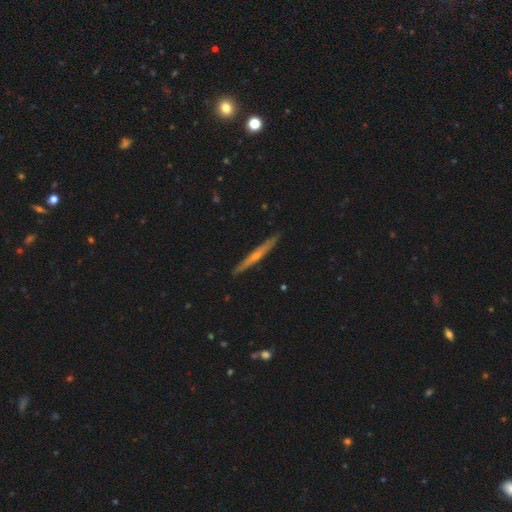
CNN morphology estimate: smooth-or-featured: featured or disk: 68% | smooth: 26% | star or artifact: 6%
  disk-edge-on: yes: 97% | no: 3%
    edge-on-bulge: rounded: 65% | none: 32% | boxy: 4%
  merging: none: 90% | minor disturbance: 7% | major disturbance: 1% | merger: 1%